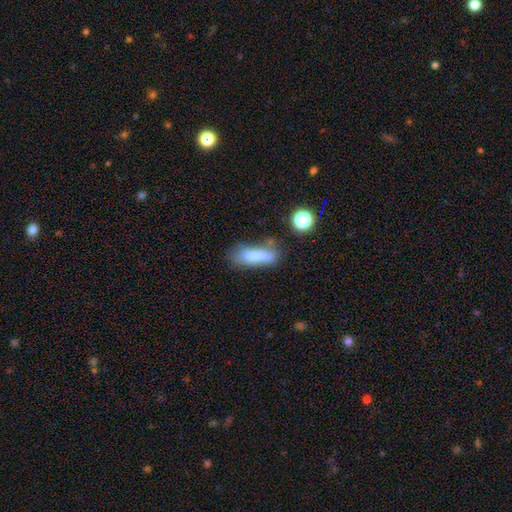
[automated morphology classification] Smooth or featured?
  - smooth: 72% *
  - featured or disk: 17%
  - star or artifact: 11%
How rounded?
  - cigar-shaped: 49% *
  - in between: 48%
  - round: 3%
Merging?
  - none: 45% *
  - minor disturbance: 28%
  - major disturbance: 16%
  - merger: 11%